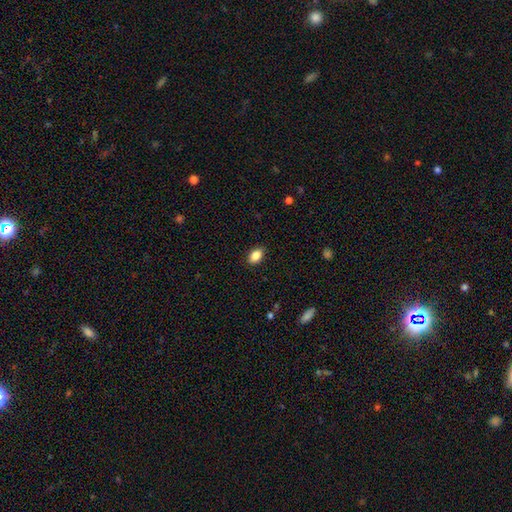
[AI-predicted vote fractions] Smooth or featured?
  - smooth: 86% *
  - star or artifact: 8%
  - featured or disk: 6%
How rounded?
  - in between: 85% *
  - round: 13%
  - cigar-shaped: 2%
Merging?
  - none: 88% *
  - minor disturbance: 9%
  - major disturbance: 2%
  - merger: 1%